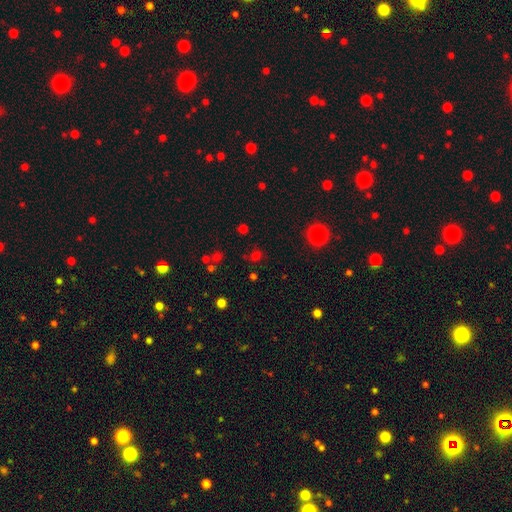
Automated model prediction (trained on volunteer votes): The model was most divided on "smooth or featured": smooth: 58%, star or artifact: 36%, featured or disk: 6%. More confident: merging — none (78%); how rounded — round (76%).